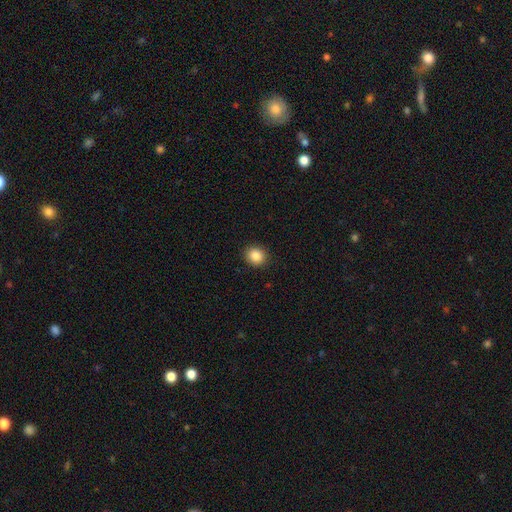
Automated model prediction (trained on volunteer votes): A smooth galaxy with no disk features (87%) that is round (80%). Merging: none (91%).